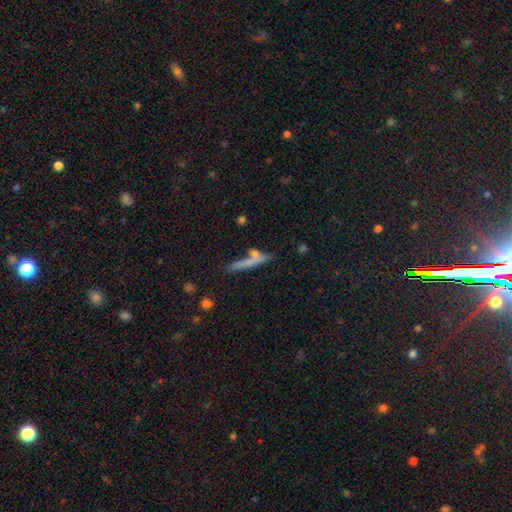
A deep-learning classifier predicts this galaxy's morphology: Smooth or featured?
  - smooth: 63% *
  - featured or disk: 27%
  - star or artifact: 10%
How rounded?
  - cigar-shaped: 82% *
  - in between: 14%
  - round: 5%
Merging?
  - none: 54% *
  - merger: 27%
  - minor disturbance: 13%
  - major disturbance: 6%